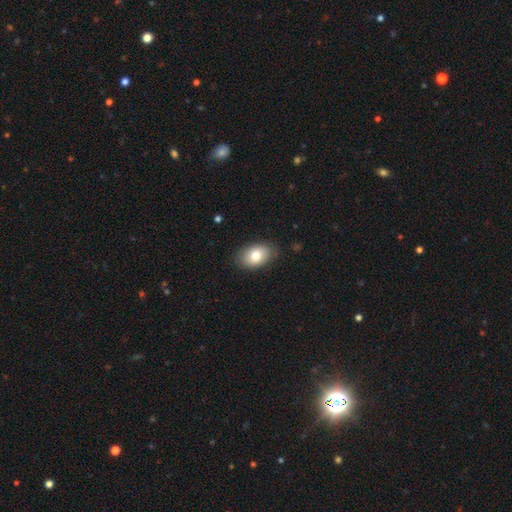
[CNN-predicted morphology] Smooth or featured? smooth (79%)
How rounded? in between (89%)
Merging? none (84%)